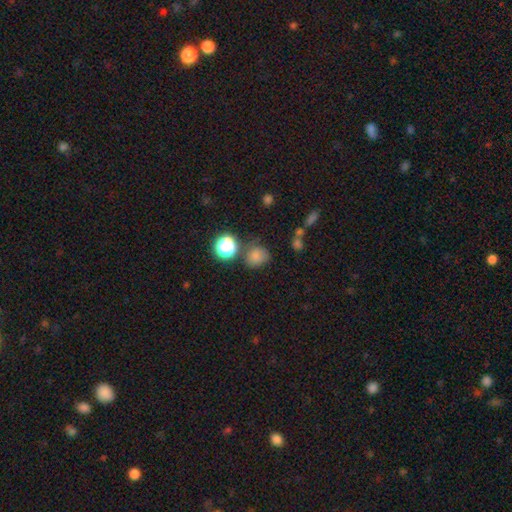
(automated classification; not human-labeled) A smooth galaxy with no disk features (75%) that is round (79%).

Vote fractions:
- Smooth or featured? smooth: 75% / star or artifact: 18% / featured or disk: 7%
- How rounded? round: 79% / in between: 20% / cigar-shaped: 1%
- Merging? none: 66% / minor disturbance: 17% / merger: 10% / major disturbance: 6%